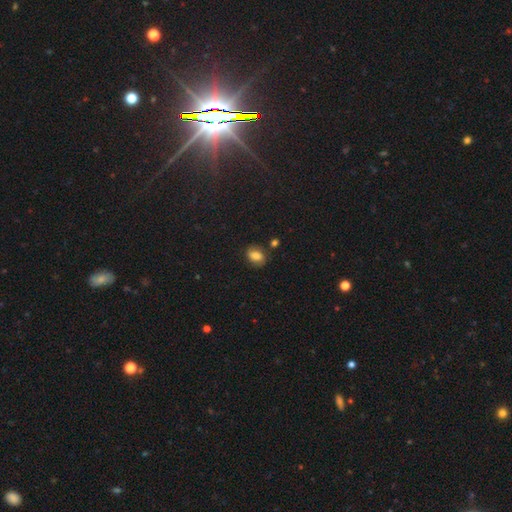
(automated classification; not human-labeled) This appears to be a smooth galaxy with no disk features (73%) that is in between round and cigar-shaped (72%). Merging: none (76%).